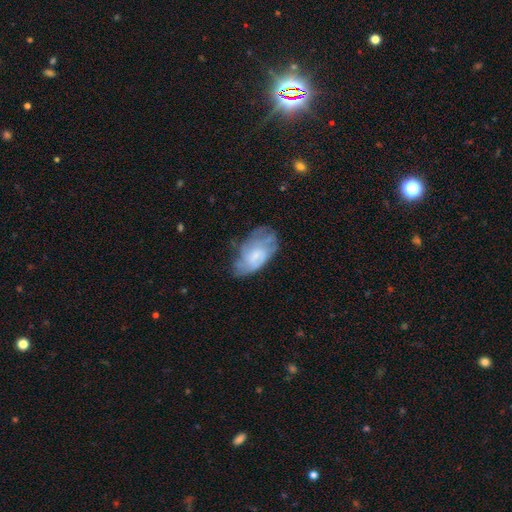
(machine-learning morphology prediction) Smooth or featured? Predicted: featured or disk (p=0.58). Edge-on disk? Predicted: no (p=0.95). Bar? Predicted: no (p=0.64). Spiral arms? Predicted: yes (p=0.69). Bulge size? Predicted: small (p=0.39). Merging? Predicted: none (p=0.50).